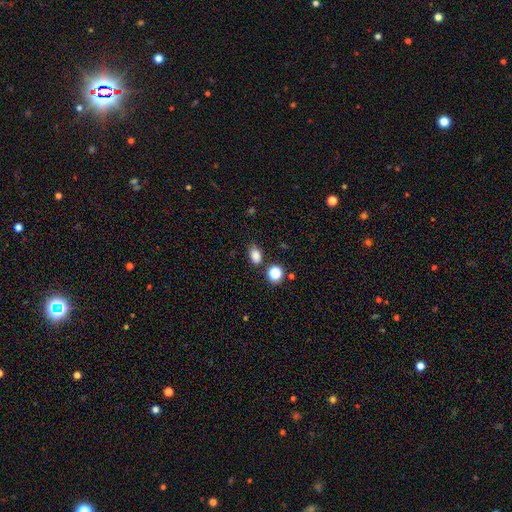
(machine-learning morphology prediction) Smooth or featured: smooth — 82% (star or artifact — 13%)
How rounded: in between — 78% (round — 21%)
Merging: none — 77% (minor disturbance — 14%)